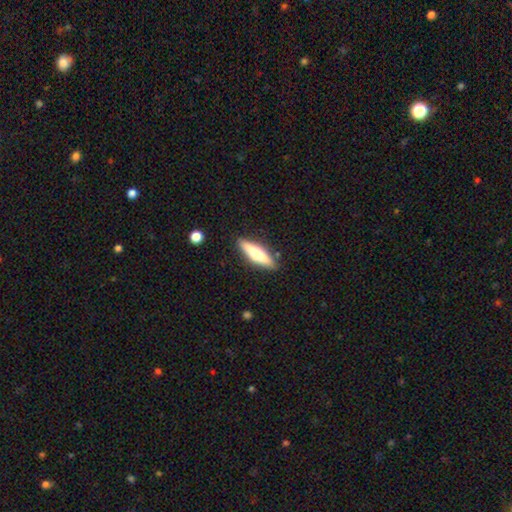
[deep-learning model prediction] A smooth galaxy with no disk features (51%) that is cigar-shaped (74%).

Vote fractions:
- Smooth or featured? smooth: 51% / featured or disk: 44% / star or artifact: 6%
- How rounded? cigar-shaped: 74% / in between: 24% / round: 2%
- Merging? none: 87% / minor disturbance: 9% / major disturbance: 2% / merger: 2%